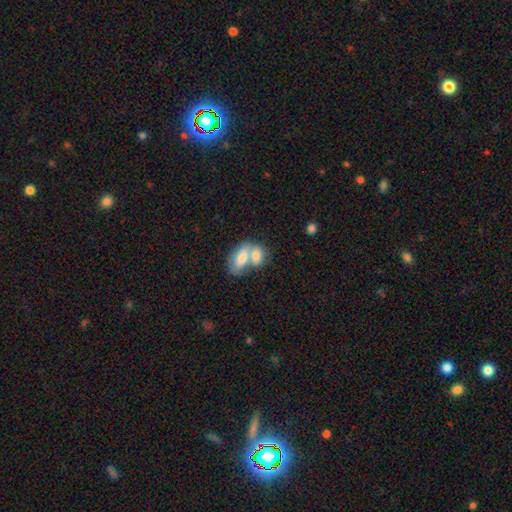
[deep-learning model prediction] A smooth galaxy with no disk features (75%) that is in between round and cigar-shaped (88%). Merging: merger (71%).